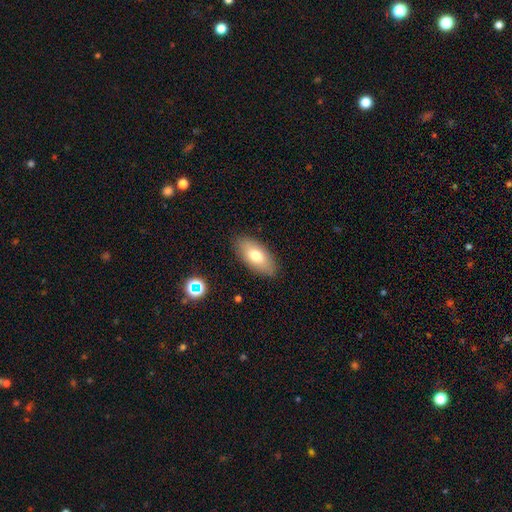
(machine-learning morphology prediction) A smooth galaxy with no disk features (73%) that is in between round and cigar-shaped (90%). Merging: none (86%).